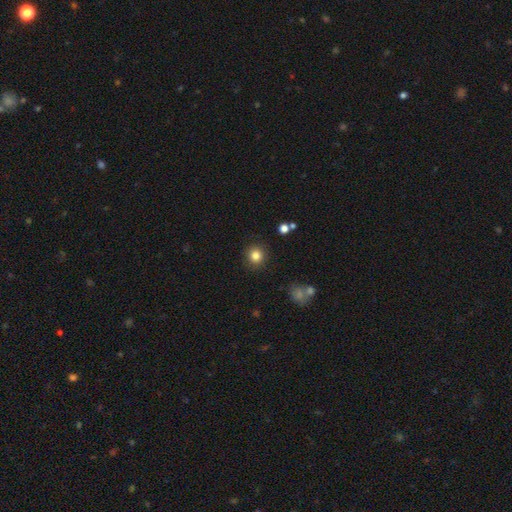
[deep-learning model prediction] smooth_or_featured: smooth (p=0.83) [alt: star or artifact p=0.11]
how_rounded: round (p=0.92) [alt: in between p=0.07]
merging: none (p=0.90) [alt: minor disturbance p=0.06]